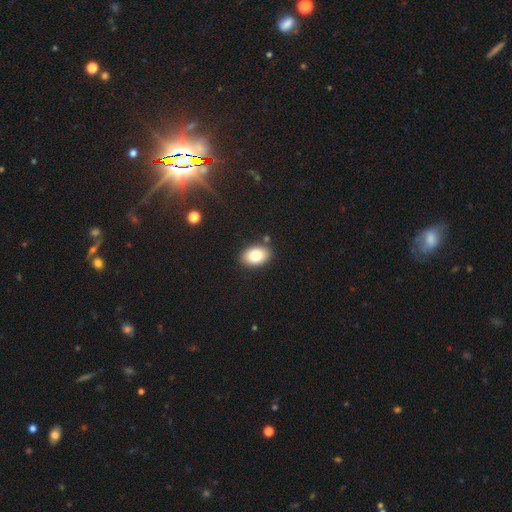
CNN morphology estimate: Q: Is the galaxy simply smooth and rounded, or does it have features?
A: smooth — 81%.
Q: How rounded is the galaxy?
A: in between — 82%.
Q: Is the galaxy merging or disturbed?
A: none — 85%.